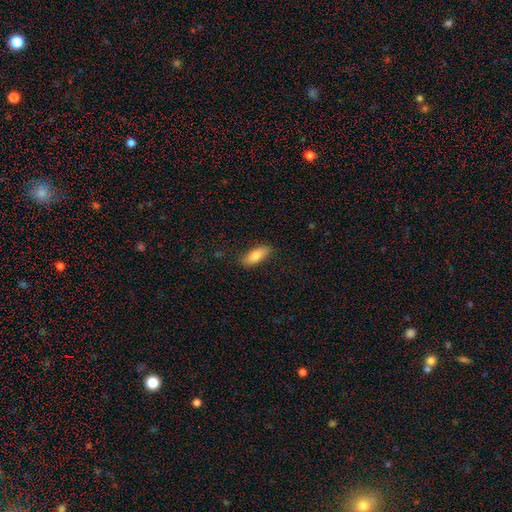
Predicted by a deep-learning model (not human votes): Smooth or featured? Predicted: smooth (p=0.80). How rounded? Predicted: in between (p=0.75). Merging? Predicted: none (p=0.85).